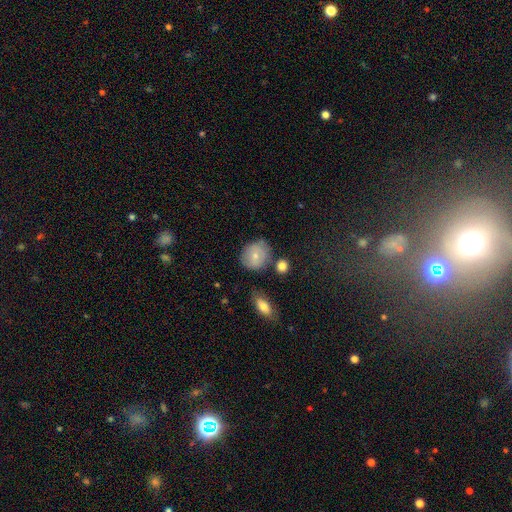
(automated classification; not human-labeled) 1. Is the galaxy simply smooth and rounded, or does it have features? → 70% smooth, 22% featured or disk, 8% star or artifact.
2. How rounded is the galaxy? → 73% round, 26% in between, 1% cigar-shaped.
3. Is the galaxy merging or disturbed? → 67% none, 21% minor disturbance, 7% merger, 5% major disturbance.